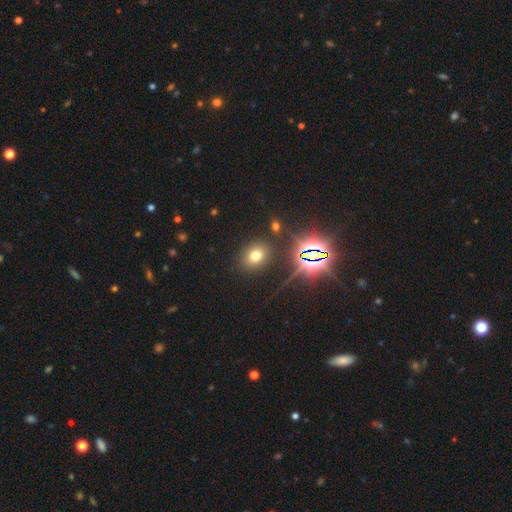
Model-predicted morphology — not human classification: A smooth galaxy with no disk features (66%) that is round (53%).

Vote fractions:
- Smooth or featured? smooth: 66% / star or artifact: 25% / featured or disk: 9%
- How rounded? round: 53% / in between: 46% / cigar-shaped: 1%
- Merging? none: 85% / minor disturbance: 8% / major disturbance: 4% / merger: 3%